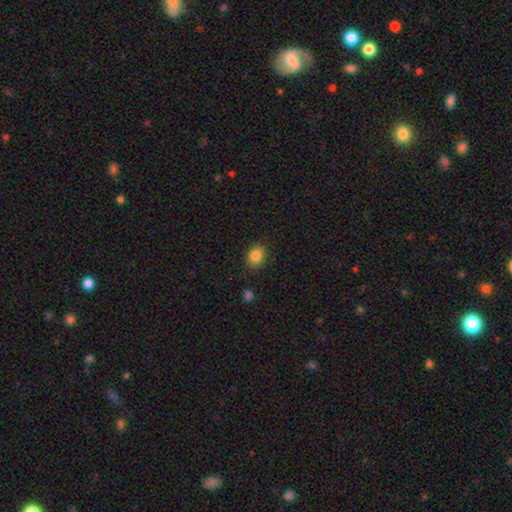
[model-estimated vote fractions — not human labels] Morphology: type=smooth (85%); roundness=in between (51%); merging=none (86%).